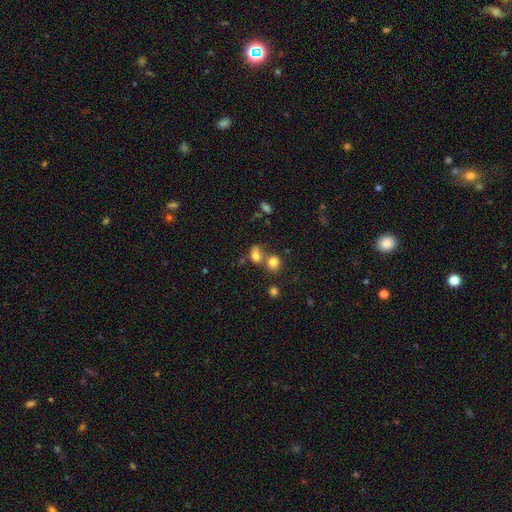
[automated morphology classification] Smooth or featured?
  - smooth: 77% *
  - star or artifact: 13%
  - featured or disk: 10%
How rounded?
  - in between: 66% *
  - round: 32%
  - cigar-shaped: 3%
Merging?
  - none: 42% *
  - merger: 39%
  - minor disturbance: 12%
  - major disturbance: 6%